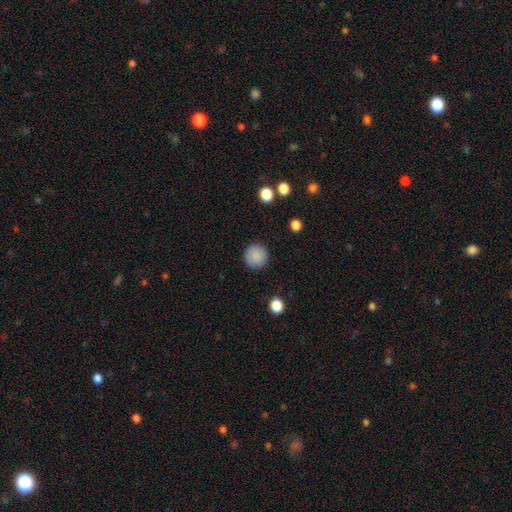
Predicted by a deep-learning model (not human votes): Morphology: type=smooth (88%); roundness=round (95%); merging=none (90%).